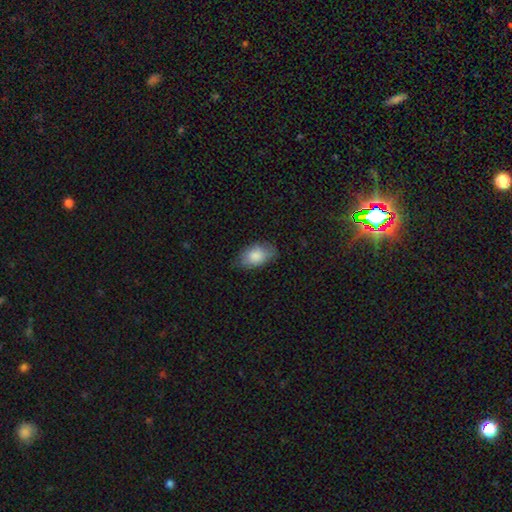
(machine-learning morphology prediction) smooth_or_featured: smooth (p=0.81) [alt: featured or disk p=0.13]
how_rounded: in between (p=0.91) [alt: round p=0.08]
merging: none (p=0.68) [alt: minor disturbance p=0.26]